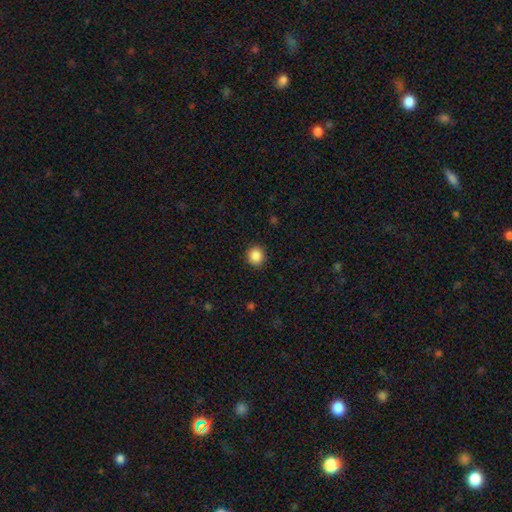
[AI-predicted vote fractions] Q: Smooth or featured?
A: smooth (88%); runner-up: star or artifact (9%)
Q: How rounded?
A: round (87%); runner-up: in between (12%)
Q: Merging?
A: none (91%); runner-up: minor disturbance (6%)